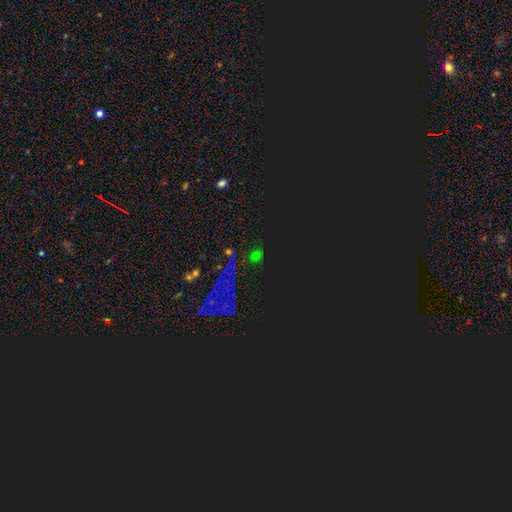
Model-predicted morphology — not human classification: This is likely a star or artifact rather than a galaxy (64%).